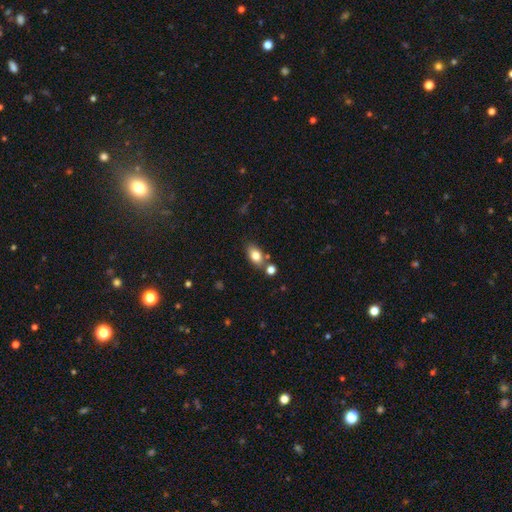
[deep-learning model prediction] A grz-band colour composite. It shows a smooth galaxy with no disk features (79%) that is in between round and cigar-shaped (86%). Merging: none (69%).